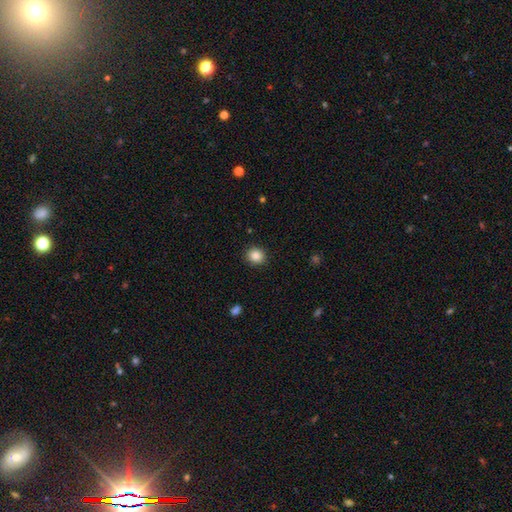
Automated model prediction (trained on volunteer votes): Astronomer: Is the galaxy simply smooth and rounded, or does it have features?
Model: smooth — 87%.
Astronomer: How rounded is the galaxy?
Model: round — 82%.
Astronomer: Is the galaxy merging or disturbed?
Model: none — 91%.